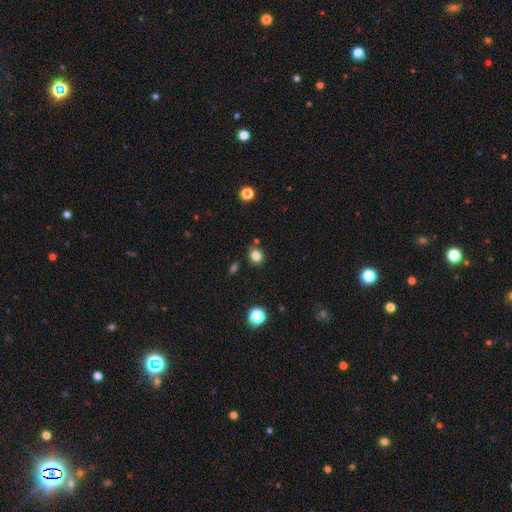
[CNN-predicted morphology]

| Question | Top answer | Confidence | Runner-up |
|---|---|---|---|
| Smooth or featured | smooth | 82% | star or artifact (13%) |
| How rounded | round | 78% | in between (21%) |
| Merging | none | 78% | minor disturbance (12%) |